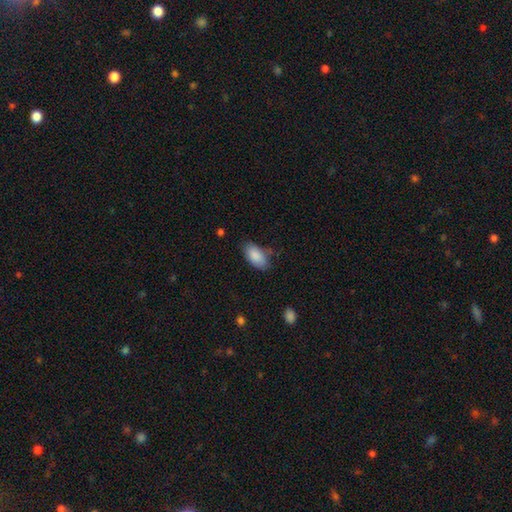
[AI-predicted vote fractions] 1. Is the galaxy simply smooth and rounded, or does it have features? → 88% smooth, 6% star or artifact, 5% featured or disk.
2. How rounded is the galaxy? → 94% in between, 4% cigar-shaped, 3% round.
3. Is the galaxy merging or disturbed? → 72% none, 21% minor disturbance, 5% major disturbance, 2% merger.